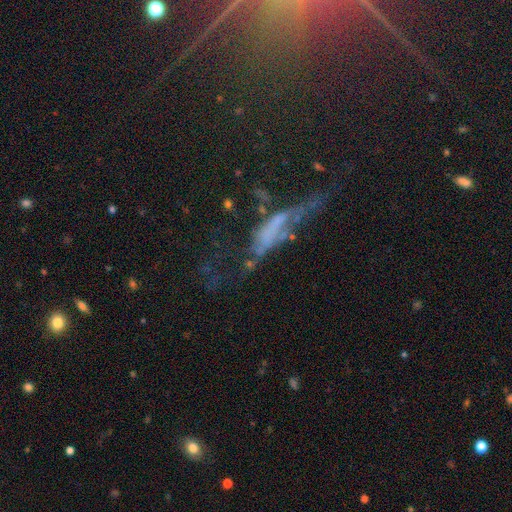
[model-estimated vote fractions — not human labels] This appears to be a featured or disk galaxy (45%). Merging: none (45%).